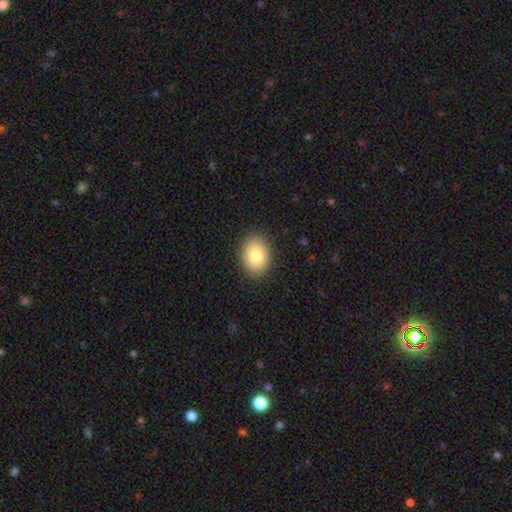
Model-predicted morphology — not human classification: Smooth or featured? Predicted: smooth (p=0.80). How rounded? Predicted: in between (p=0.63). Merging? Predicted: none (p=0.89).